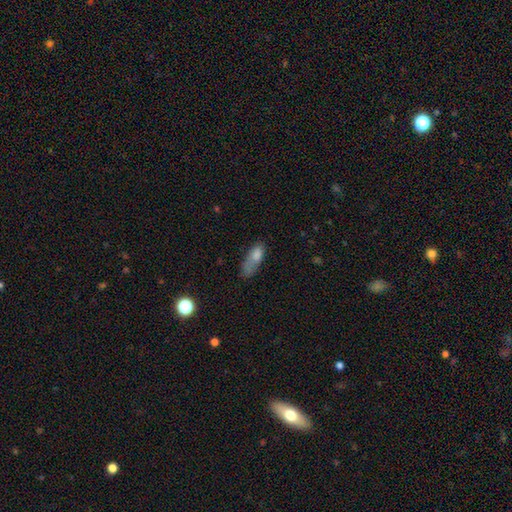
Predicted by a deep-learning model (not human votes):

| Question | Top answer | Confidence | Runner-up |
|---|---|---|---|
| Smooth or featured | smooth | 77% | featured or disk (14%) |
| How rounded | in between | 70% | cigar-shaped (26%) |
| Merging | minor disturbance | 33% | tied: none (33%) |